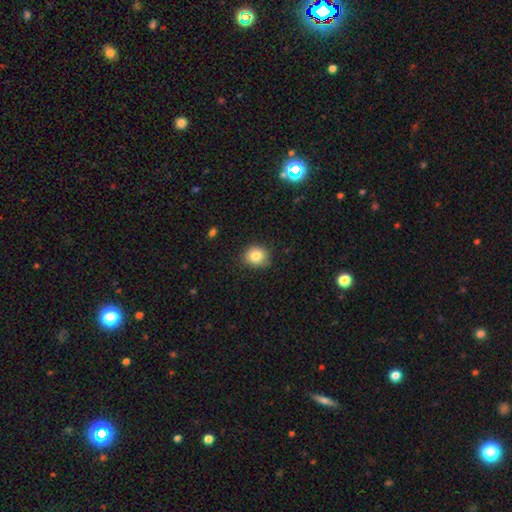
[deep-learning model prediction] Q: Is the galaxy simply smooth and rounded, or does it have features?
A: smooth — 83%.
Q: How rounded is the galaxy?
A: round — 77%.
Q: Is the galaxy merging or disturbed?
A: none — 82%.